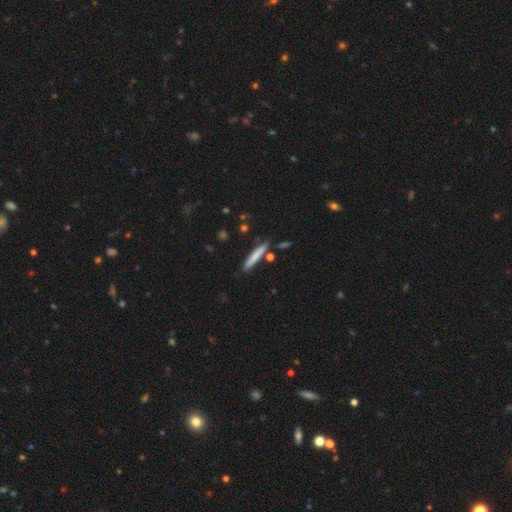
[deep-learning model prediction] A smooth galaxy with no disk features (73%) that is cigar-shaped (92%). Merging: none (82%).